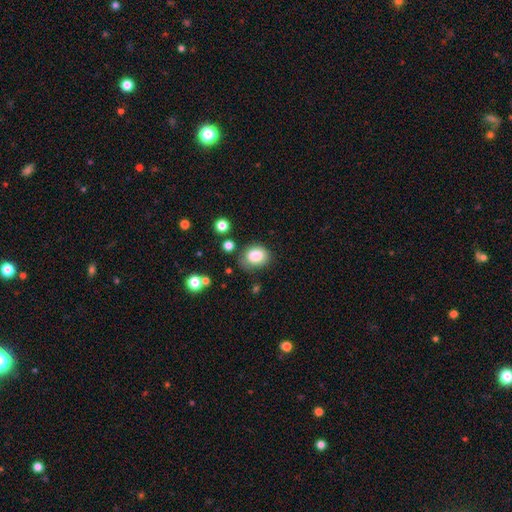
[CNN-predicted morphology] A smooth galaxy with no disk features (83%) that is round (52%).

Vote fractions:
- Smooth or featured? smooth: 83% / star or artifact: 9% / featured or disk: 8%
- How rounded? round: 52% / in between: 47% / cigar-shaped: 1%
- Merging? none: 65% / minor disturbance: 23% / major disturbance: 7% / merger: 5%